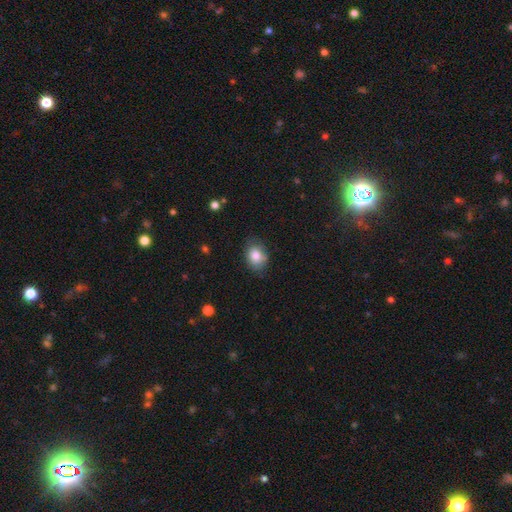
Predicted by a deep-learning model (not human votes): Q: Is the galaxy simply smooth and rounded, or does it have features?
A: smooth — 83%.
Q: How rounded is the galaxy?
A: in between — 69%.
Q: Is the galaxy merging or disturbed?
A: none — 74%.